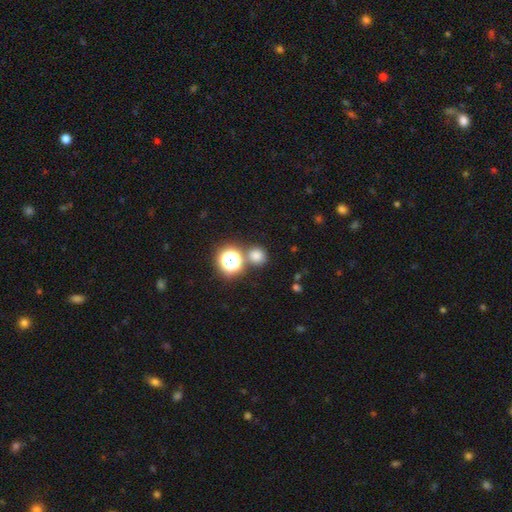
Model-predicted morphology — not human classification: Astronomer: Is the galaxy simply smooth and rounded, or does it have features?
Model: smooth — 72%.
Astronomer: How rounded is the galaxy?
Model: round — 87%.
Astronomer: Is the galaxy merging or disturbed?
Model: none — 74%.